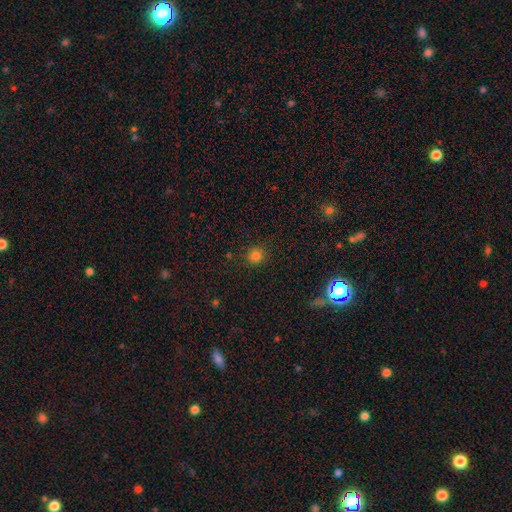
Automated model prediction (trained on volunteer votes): This is clearly a smooth galaxy (81%). How rounded: clearly round (92%). Merging: clearly none (88%).